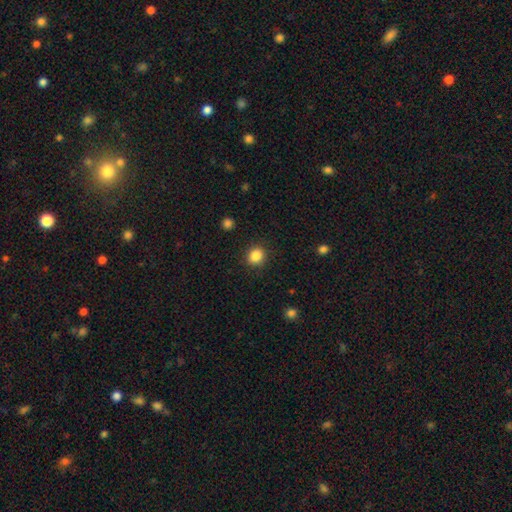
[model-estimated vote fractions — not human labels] Q: Smooth or featured?
A: smooth (86%); runner-up: star or artifact (10%)
Q: How rounded?
A: round (75%); runner-up: in between (25%)
Q: Merging?
A: none (89%); runner-up: minor disturbance (7%)